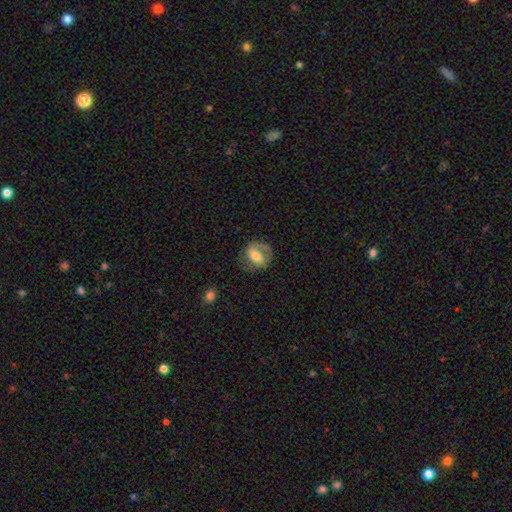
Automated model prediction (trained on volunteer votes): smooth-or-featured: featured or disk: 54% | smooth: 39% | star or artifact: 7%
  disk-edge-on: no: 95% | yes: 5%
    bar: strong: 37% (tied) | weak: 37% (tied) | no: 26%
    has-spiral-arms: yes: 72% | no: 28%
    bulge-size: moderate: 58% | small: 24% | large: 13% | none: 3% | dominant: 2%
  merging: none: 64% | minor disturbance: 20% | major disturbance: 14% | merger: 2%